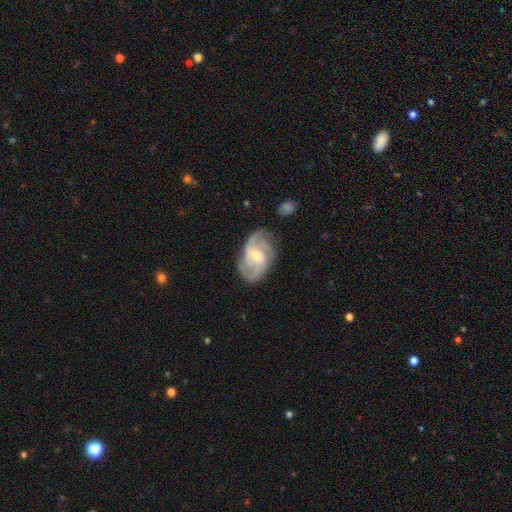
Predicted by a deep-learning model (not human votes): This is clearly a featured or disk galaxy (86%). It is clearly not viewed edge-on (97%). Bar: possibly weak (50%). Spiral arm pattern: clearly yes (96%). Spiral arm count: marginally 3 (41%). Spiral winding: possibly medium (49%). Central bulge: possibly moderate (48%). Merging: likely none (70%).